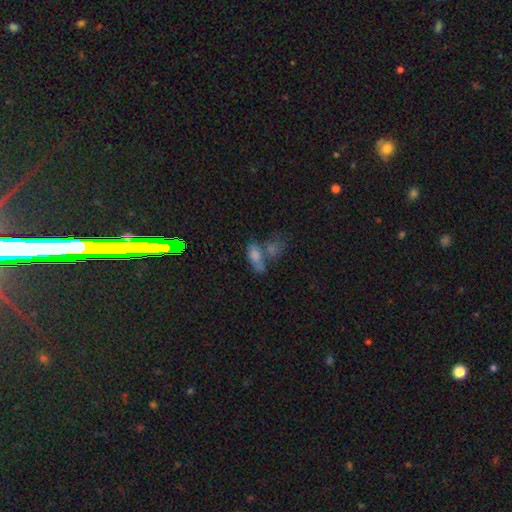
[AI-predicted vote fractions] smooth_or_featured: smooth (p=0.67) [alt: featured or disk p=0.18]
how_rounded: in between (p=0.77) [alt: cigar-shaped p=0.13]
merging: merger (p=0.42) [alt: none p=0.30]